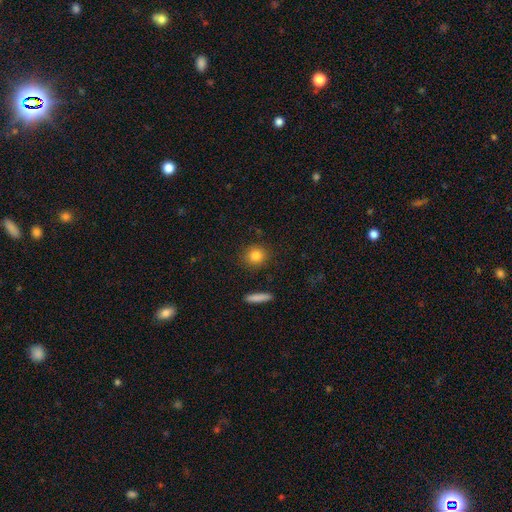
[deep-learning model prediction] A smooth galaxy with no disk features (83%) that is round (83%).

Vote fractions:
- Smooth or featured? smooth: 83% / star or artifact: 10% / featured or disk: 7%
- How rounded? round: 83% / in between: 15% / cigar-shaped: 2%
- Merging? none: 89% / minor disturbance: 7% / major disturbance: 2% / merger: 2%